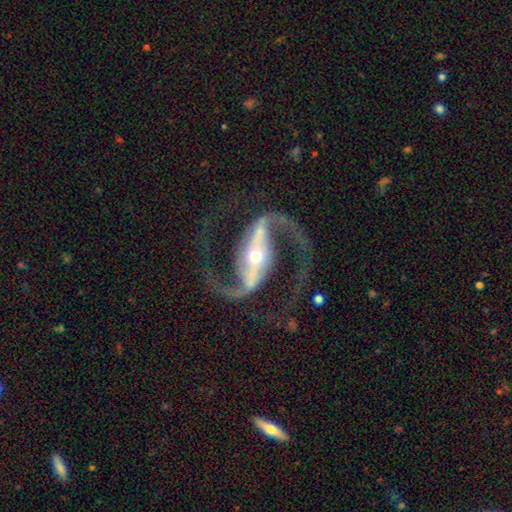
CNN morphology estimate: This is clearly a featured or disk galaxy (94%). It is clearly not viewed edge-on (97%). Bar: likely strong (71%). Spiral arm pattern: clearly yes (98%). Spiral arm count: clearly 2 (95%). Spiral winding: likely medium (60%). Central bulge: possibly small (50%). Merging: clearly none (81%).